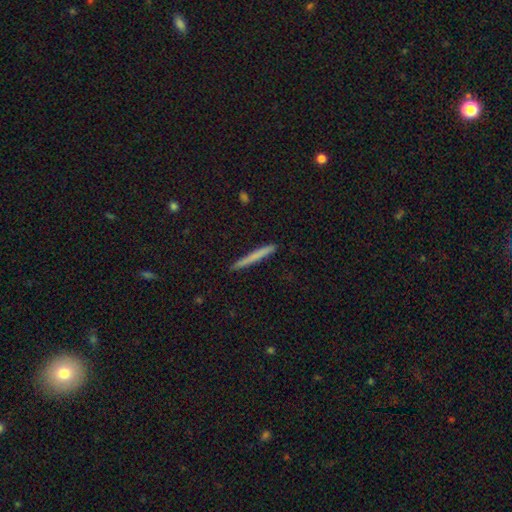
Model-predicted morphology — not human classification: The model was most divided on "smooth or featured": smooth: 66%, featured or disk: 28%, star or artifact: 6%. More confident: how rounded — cigar-shaped (97%); merging — none (90%).